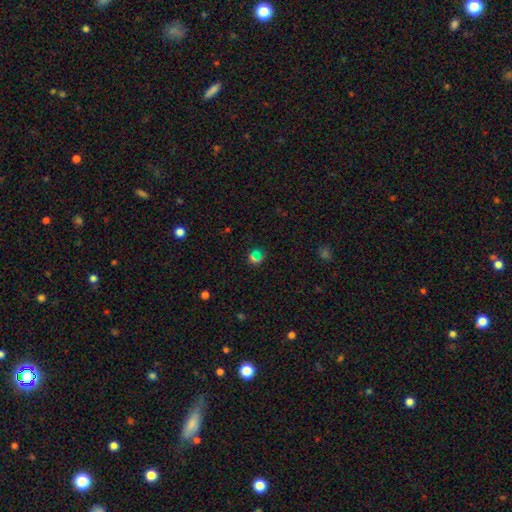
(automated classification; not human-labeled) Smooth or featured? smooth (46%)
Merging? none (71%)